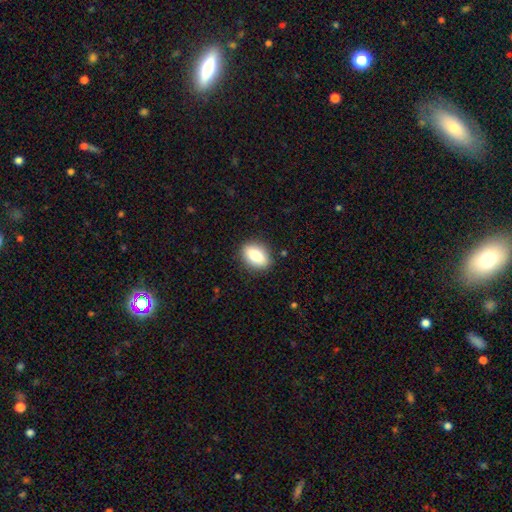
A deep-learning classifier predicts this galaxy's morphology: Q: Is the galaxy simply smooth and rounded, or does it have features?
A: smooth — 83%.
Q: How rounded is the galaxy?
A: in between — 85%.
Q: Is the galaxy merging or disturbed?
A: none — 87%.